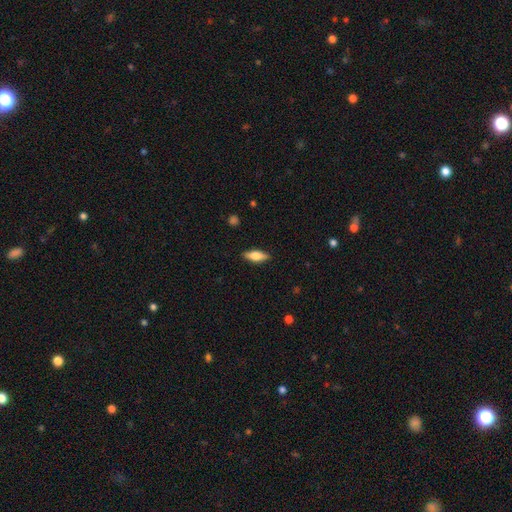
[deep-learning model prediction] A smooth galaxy with no disk features (66%) that is in between round and cigar-shaped (67%).

Vote fractions:
- Smooth or featured? smooth: 66% / featured or disk: 27% / star or artifact: 6%
- How rounded? in between: 67% / cigar-shaped: 30% / round: 3%
- Merging? none: 88% / minor disturbance: 9% / major disturbance: 2% / merger: 1%